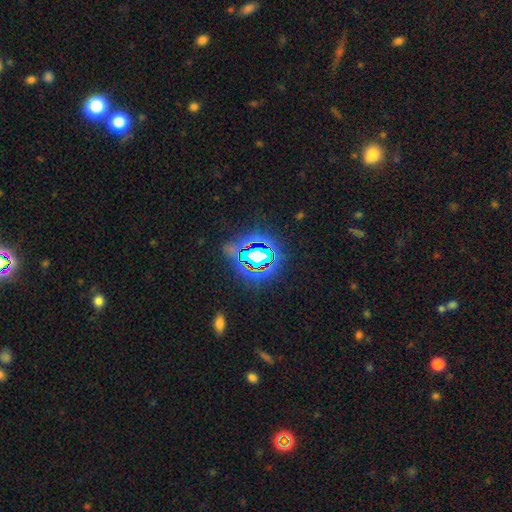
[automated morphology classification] This appears to be a star or artifact, not a galaxy (68%).